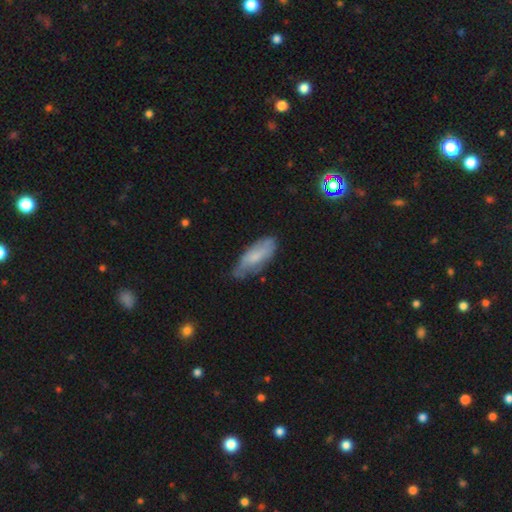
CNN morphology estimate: smooth-or-featured: smooth: 63% | featured or disk: 30% | star or artifact: 7%
  how-rounded: in between: 72% | cigar-shaped: 26% | round: 2%
  merging: none: 57% | minor disturbance: 33% | major disturbance: 8% | merger: 2%